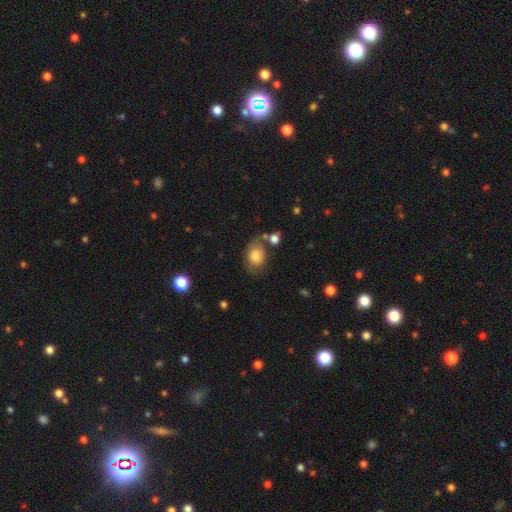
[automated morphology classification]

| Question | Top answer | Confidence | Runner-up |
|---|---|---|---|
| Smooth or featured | smooth | 75% | featured or disk (17%) |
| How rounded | in between | 63% | round (36%) |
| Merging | none | 53% | minor disturbance (24%) |